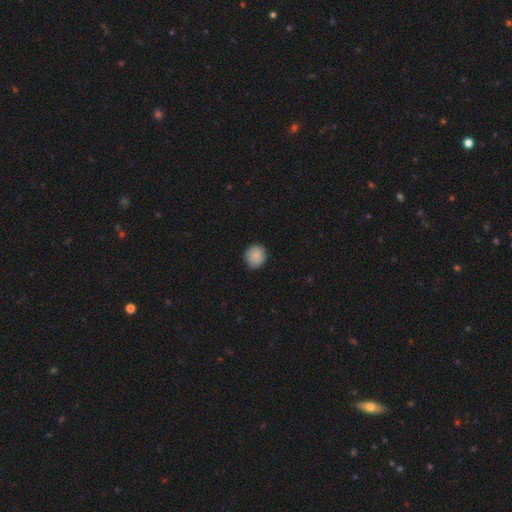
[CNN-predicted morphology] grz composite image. It shows a smooth galaxy with no disk features (86%) that is round (86%). Merging: none (87%).